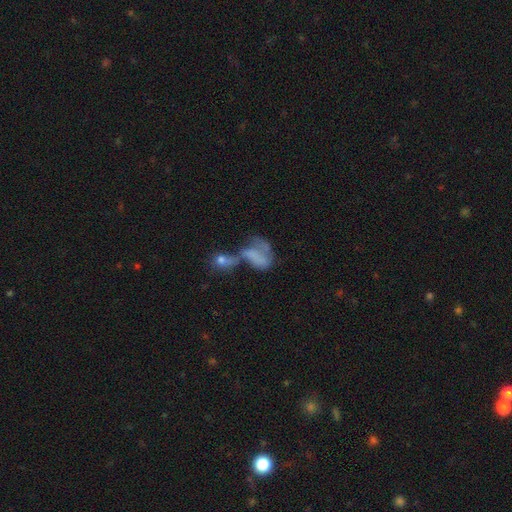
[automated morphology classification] Overall: smooth (50%; featured or disk 36%). How rounded: in between (81%). Merging: merger (54%; major disturbance 25%).